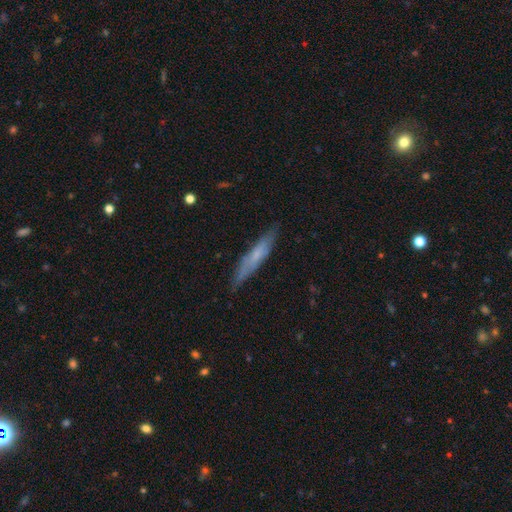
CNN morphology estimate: Smooth or featured? smooth (55%)
How rounded? cigar-shaped (91%)
Merging? none (83%)